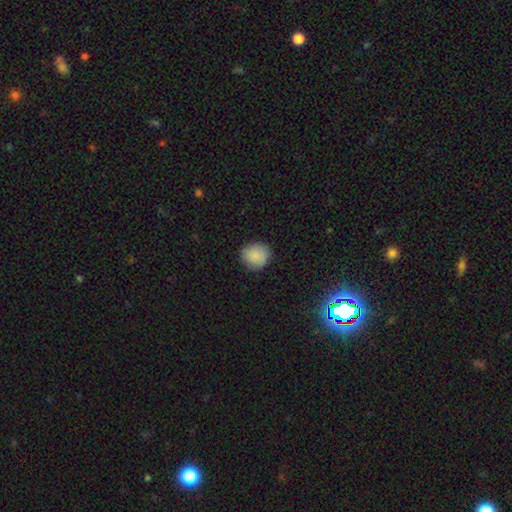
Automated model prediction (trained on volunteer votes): A smooth galaxy with no disk features (87%) that is round (88%). Merging: none (88%).